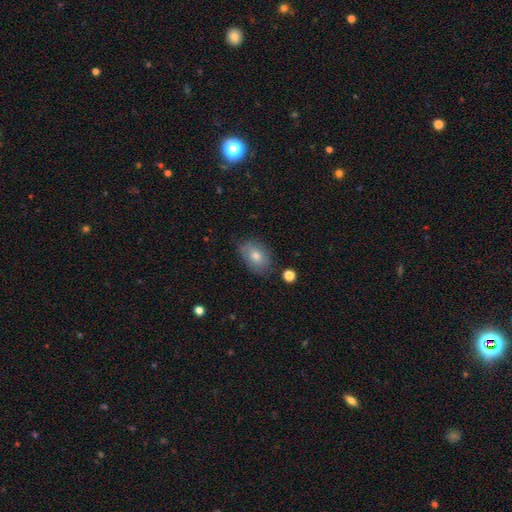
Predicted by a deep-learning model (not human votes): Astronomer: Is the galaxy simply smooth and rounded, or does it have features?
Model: smooth — 72%.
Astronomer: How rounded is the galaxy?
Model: in between — 82%.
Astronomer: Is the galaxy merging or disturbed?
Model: none — 78%.